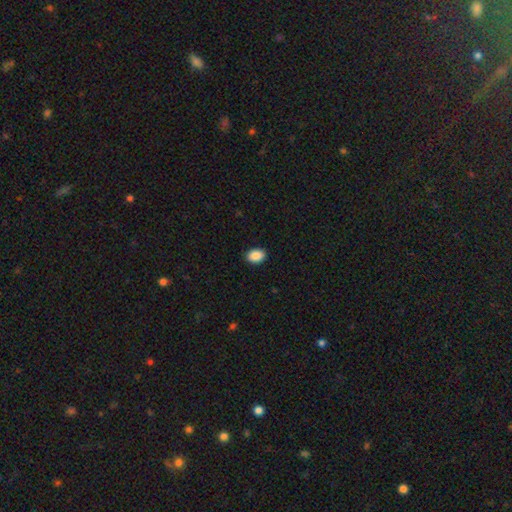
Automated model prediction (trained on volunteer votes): A smooth galaxy with no disk features (89%) that is in between round and cigar-shaped (79%).

Vote fractions:
- Smooth or featured? smooth: 89% / star or artifact: 8% / featured or disk: 3%
- How rounded? in between: 79% / round: 20% / cigar-shaped: 1%
- Merging? none: 90% / minor disturbance: 7% / major disturbance: 2% / merger: 1%